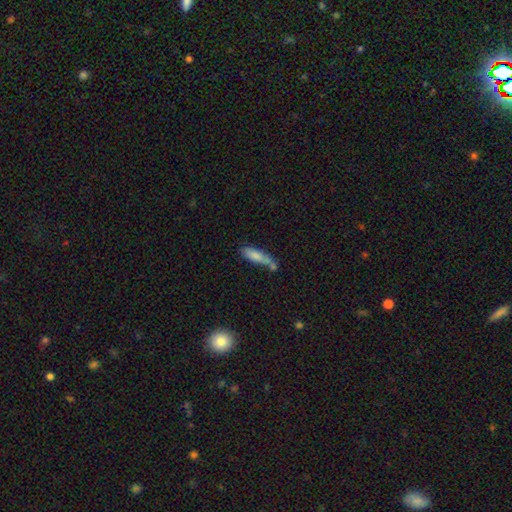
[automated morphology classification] Smooth or featured: smooth — 77% (featured or disk — 16%)
How rounded: cigar-shaped — 65% (in between — 33%)
Merging: none — 42% (merger — 28%)